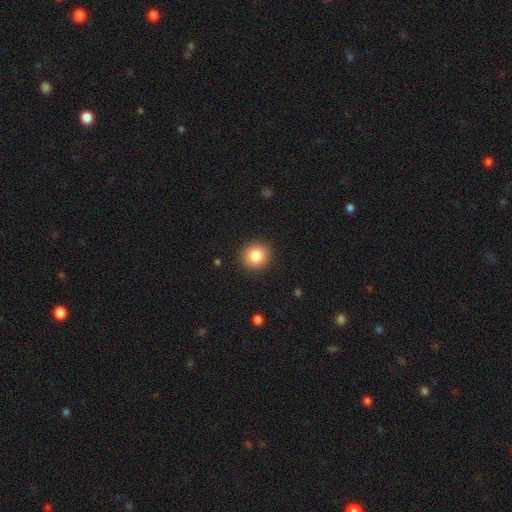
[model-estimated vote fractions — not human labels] smooth-or-featured: smooth: 84% | star or artifact: 9% | featured or disk: 7%
  how-rounded: round: 90% | in between: 9% | cigar-shaped: 1%
  merging: none: 91% | minor disturbance: 6% | major disturbance: 2% | merger: 1%